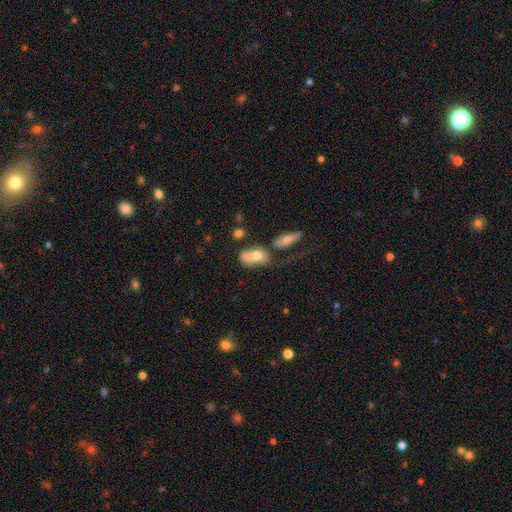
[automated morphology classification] type=smooth (69%); roundness=in between (86%); merging=merger (32%).